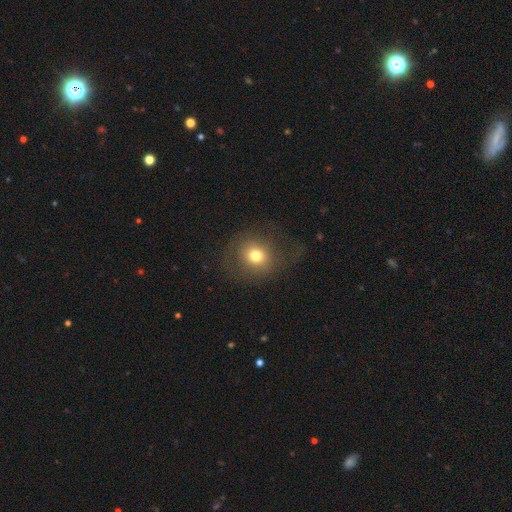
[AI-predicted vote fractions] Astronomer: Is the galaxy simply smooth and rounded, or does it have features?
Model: smooth — 71%.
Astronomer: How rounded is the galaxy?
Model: round — 79%.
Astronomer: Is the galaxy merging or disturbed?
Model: none — 68%.